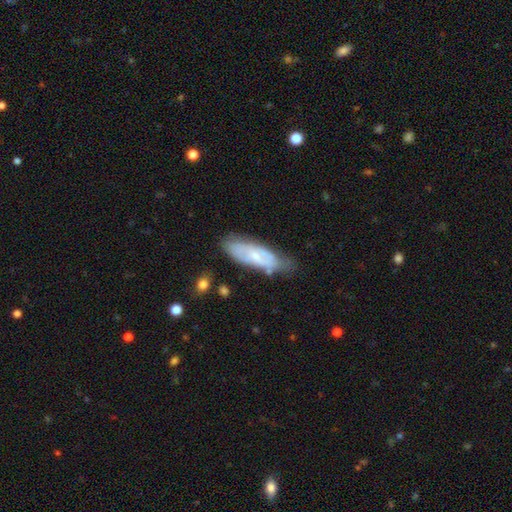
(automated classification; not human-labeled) A featured or disk galaxy (52%). Merging: none (66%).